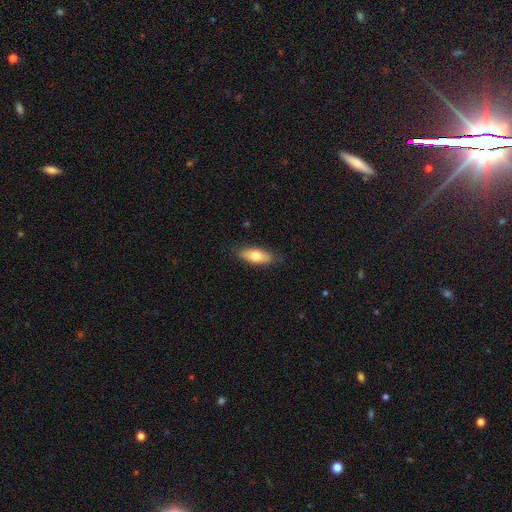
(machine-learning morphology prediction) Q: Smooth or featured?
A: smooth (72%); runner-up: featured or disk (22%)
Q: How rounded?
A: in between (72%); runner-up: cigar-shaped (25%)
Q: Merging?
A: none (85%); runner-up: minor disturbance (12%)